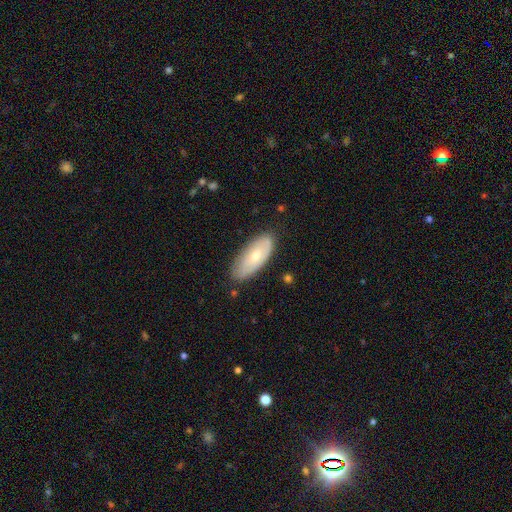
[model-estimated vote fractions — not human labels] A smooth galaxy with no disk features (54%) that is in between round and cigar-shaped (83%).

Vote fractions:
- Smooth or featured? smooth: 54% / featured or disk: 39% / star or artifact: 7%
- How rounded? in between: 83% / cigar-shaped: 14% / round: 2%
- Merging? none: 79% / minor disturbance: 17% / major disturbance: 3% / merger: 1%